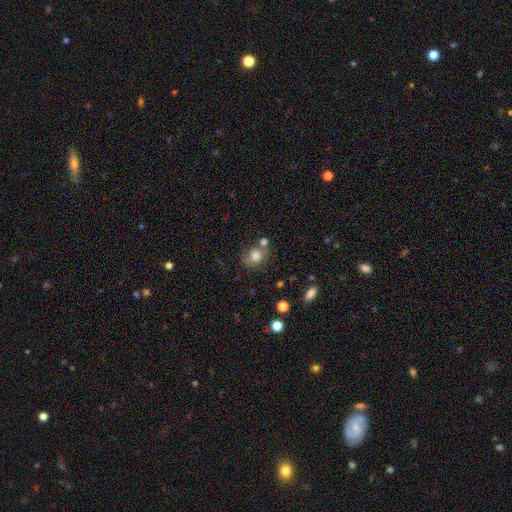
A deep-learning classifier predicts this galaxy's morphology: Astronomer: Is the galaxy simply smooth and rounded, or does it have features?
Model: smooth — 77%.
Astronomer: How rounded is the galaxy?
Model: round — 69%.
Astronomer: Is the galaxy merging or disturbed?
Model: none — 56%.